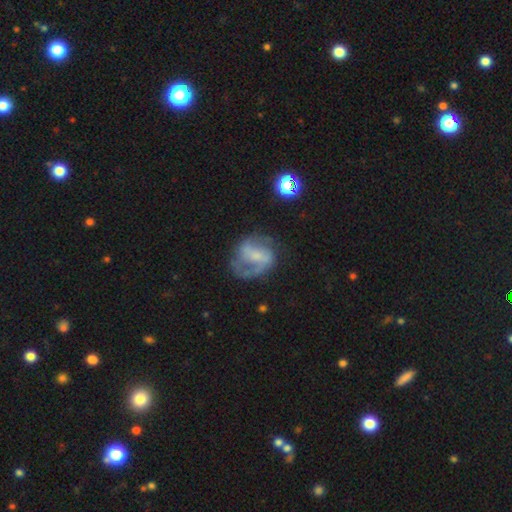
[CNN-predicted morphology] The model was most divided on "spiral winding": medium: 48%, loose: 31%, tight: 20%. Remaining: edge-on disk — no (97%); spiral arms — yes (88%); spiral arm count — 2 (76%); smooth or featured — featured or disk (76%); merging — none (60%); bulge size — small (48%); bar — weak (46%).